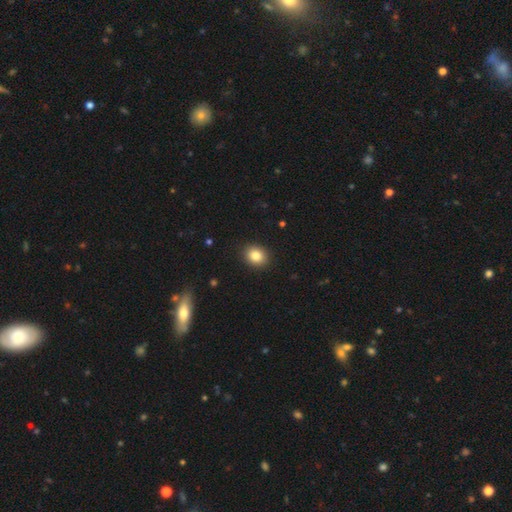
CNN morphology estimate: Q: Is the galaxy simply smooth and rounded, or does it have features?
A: smooth — 84%.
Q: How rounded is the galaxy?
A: round — 59%.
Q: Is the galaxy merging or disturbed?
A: none — 90%.